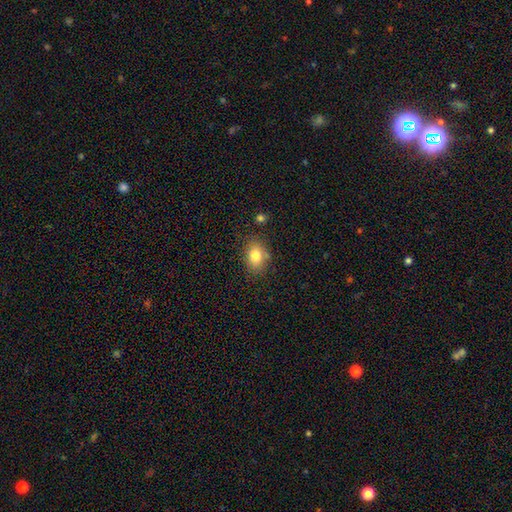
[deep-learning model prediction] A smooth galaxy with no disk features (82%) that is in between round and cigar-shaped (72%).

Vote fractions:
- Smooth or featured? smooth: 82% / star or artifact: 9% / featured or disk: 9%
- How rounded? in between: 72% / round: 26% / cigar-shaped: 1%
- Merging? none: 76% / minor disturbance: 16% / merger: 4% / major disturbance: 4%